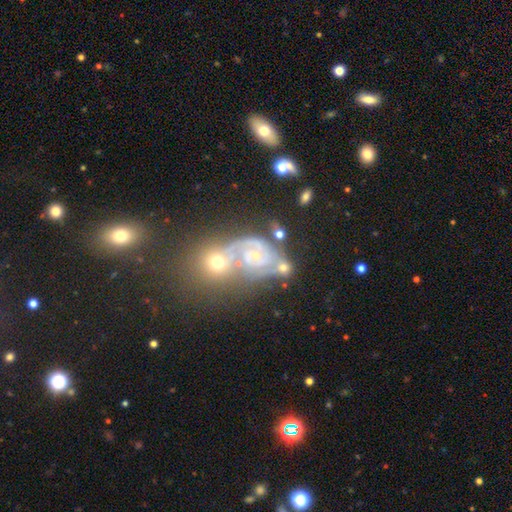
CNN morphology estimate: smooth_or_featured: smooth (p=0.36) [tied with: featured or disk p=0.36]
merging: merger (p=0.52) [alt: none p=0.28]